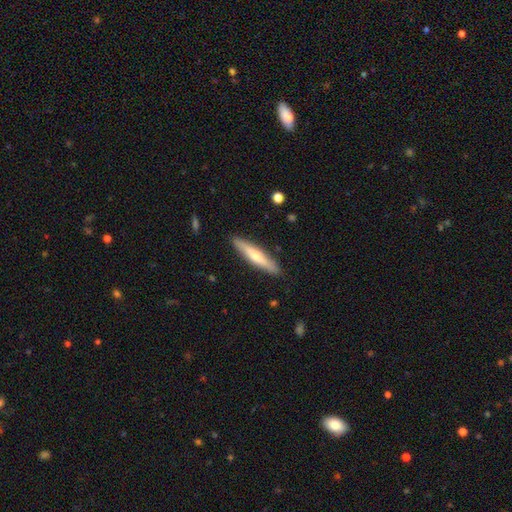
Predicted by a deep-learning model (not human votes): Overall: smooth (51%; featured or disk 44%). How rounded: cigar-shaped (88%). Merging: none (89%).